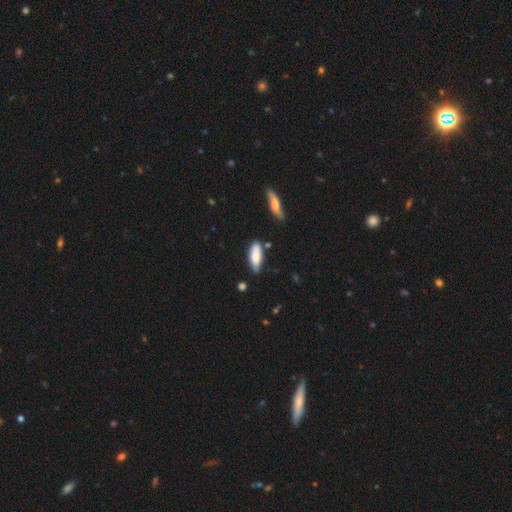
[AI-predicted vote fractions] smooth-or-featured: smooth: 76% | featured or disk: 18% | star or artifact: 6%
  how-rounded: in between: 72% | cigar-shaped: 26% | round: 2%
  merging: none: 65% | minor disturbance: 24% | merger: 7% | major disturbance: 4%